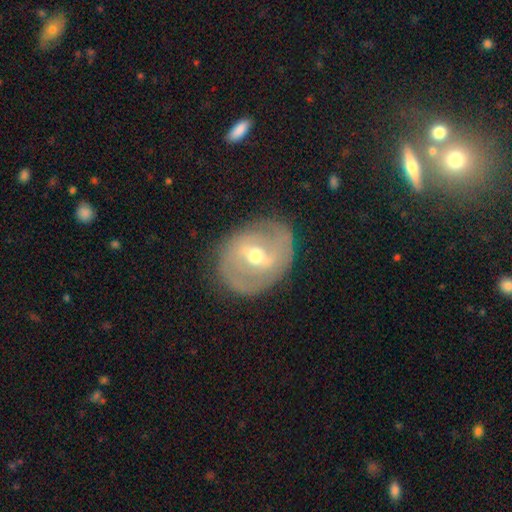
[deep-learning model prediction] Morphology: type=featured or disk (74%); edge-on=no (94%); bar=weak (48%); spiral arms=yes (72%); winding=tight (44%); arm count=2 (68%); bulge=moderate (63%); merging=none (81%).